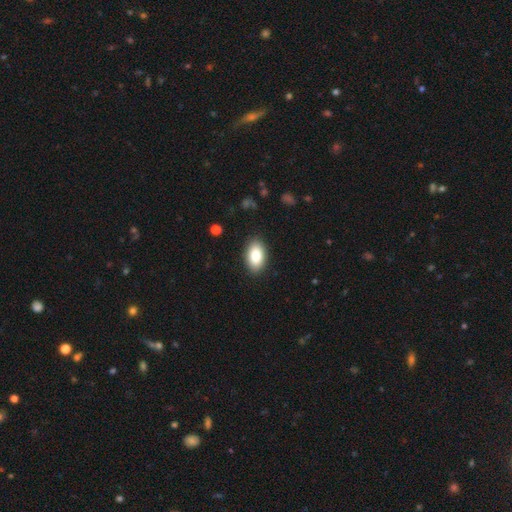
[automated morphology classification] This is clearly a smooth galaxy (85%). How rounded: clearly in between (93%). Merging: clearly none (88%).